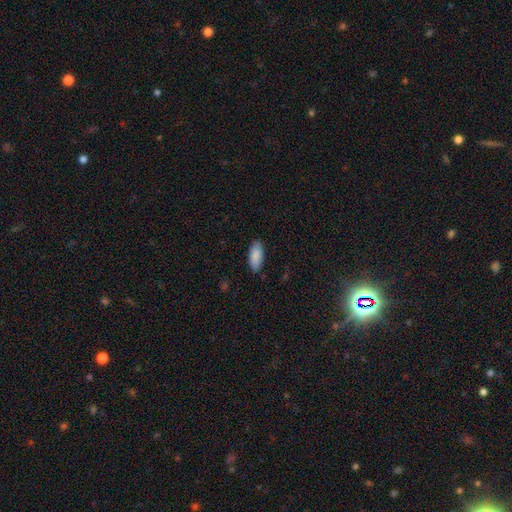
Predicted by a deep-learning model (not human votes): Morphology: type=smooth (89%); roundness=in between (88%); merging=none (86%).